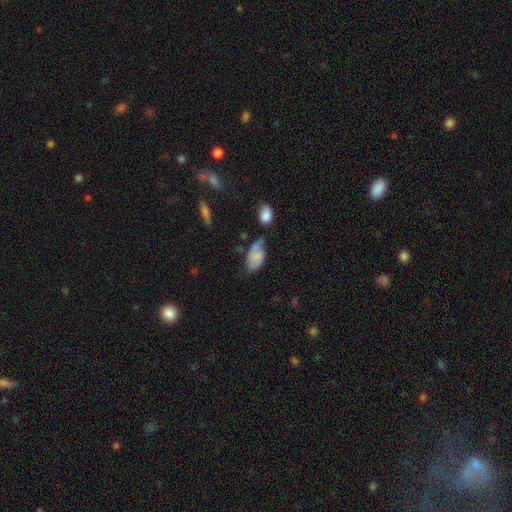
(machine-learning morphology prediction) smooth-or-featured: smooth: 62% | featured or disk: 29% | star or artifact: 8%
  how-rounded: in between: 93% | round: 5% | cigar-shaped: 2%
  merging: none: 36% | minor disturbance: 35% | major disturbance: 17% | merger: 12%